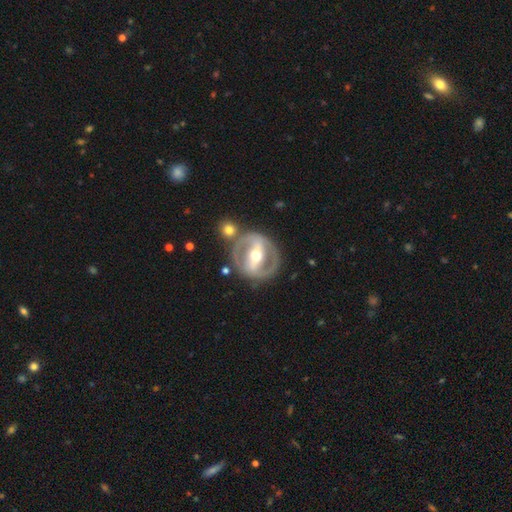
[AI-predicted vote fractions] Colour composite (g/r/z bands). It shows a featured or disk galaxy (82%) with a strong bar (70%), spiral arms (61%) and a moderate central bulge (75%). Merging: none (76%).